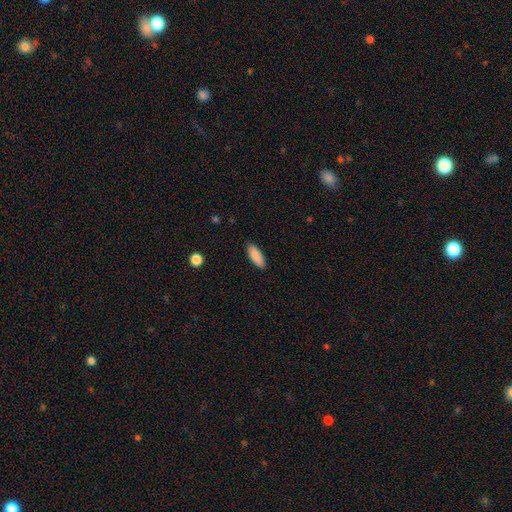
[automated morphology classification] type=smooth (89%); roundness=in between (66%); merging=none (87%).